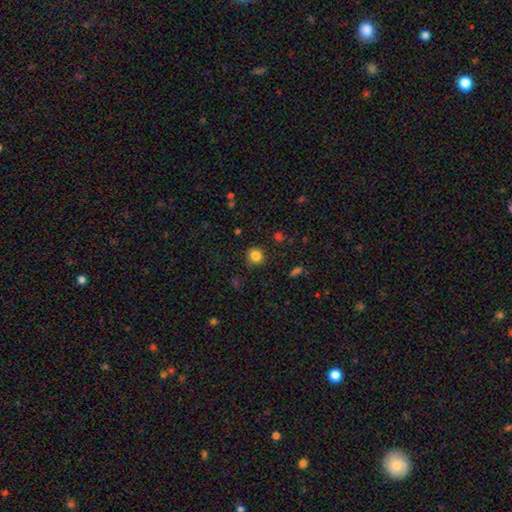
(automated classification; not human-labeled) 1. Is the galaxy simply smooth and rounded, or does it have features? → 84% smooth, 11% star or artifact, 5% featured or disk.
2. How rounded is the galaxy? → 89% round, 10% in between, 1% cigar-shaped.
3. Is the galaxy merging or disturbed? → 88% none, 8% minor disturbance, 2% major disturbance, 1% merger.